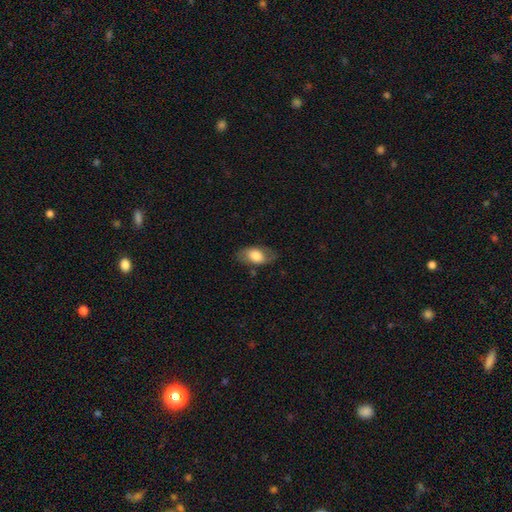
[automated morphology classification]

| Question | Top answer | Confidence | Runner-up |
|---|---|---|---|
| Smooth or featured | smooth | 69% | featured or disk (25%) |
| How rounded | in between | 90% | round (7%) |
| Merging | none | 70% | minor disturbance (20%) |